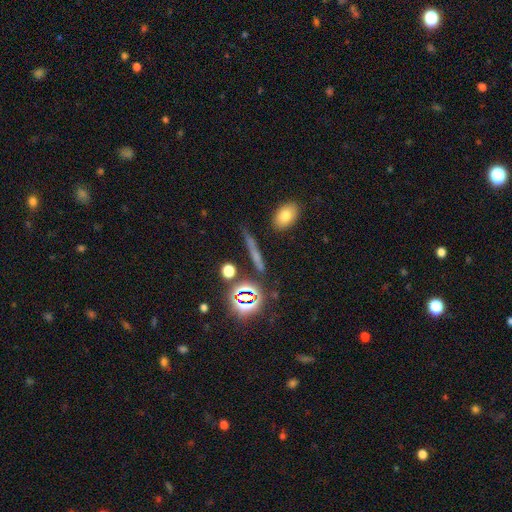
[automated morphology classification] A smooth galaxy with no disk features (44%). Merging: none (82%).